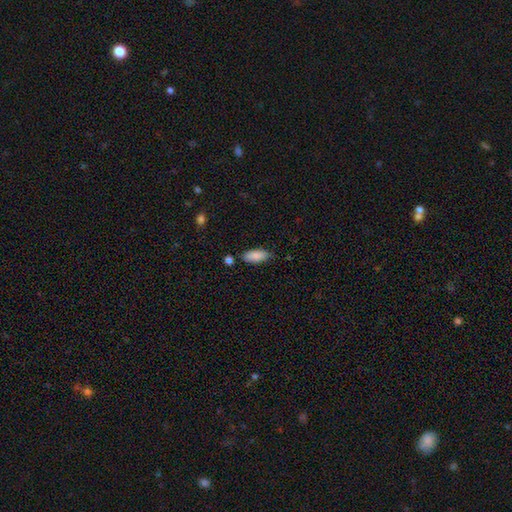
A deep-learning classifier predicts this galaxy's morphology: Q: Smooth or featured?
A: smooth (88%); runner-up: star or artifact (7%)
Q: How rounded?
A: in between (82%); runner-up: cigar-shaped (16%)
Q: Merging?
A: none (74%); runner-up: minor disturbance (18%)